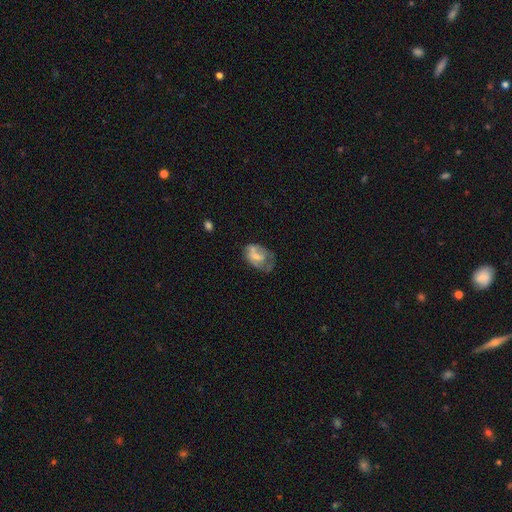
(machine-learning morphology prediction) Smooth or featured?
  - smooth: 47% *
  - featured or disk: 44%
  - star or artifact: 8%
Merging?
  - none: 34% *
  - minor disturbance: 31%
  - major disturbance: 29%
  - merger: 6%